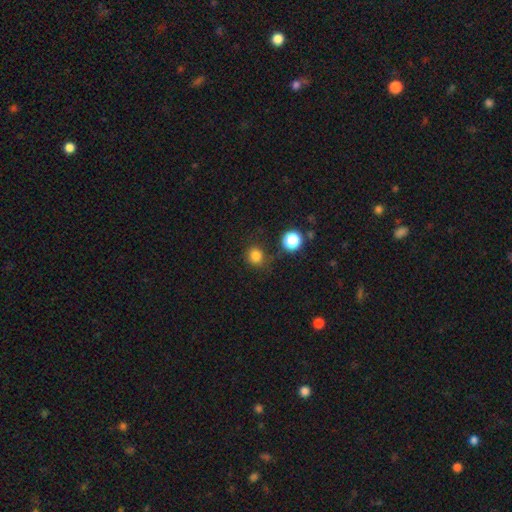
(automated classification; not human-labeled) The model was most divided on "merging": none: 75%, minor disturbance: 13%, merger: 6%, major disturbance: 5%. More confident: how rounded — round (86%); smooth or featured — smooth (81%).